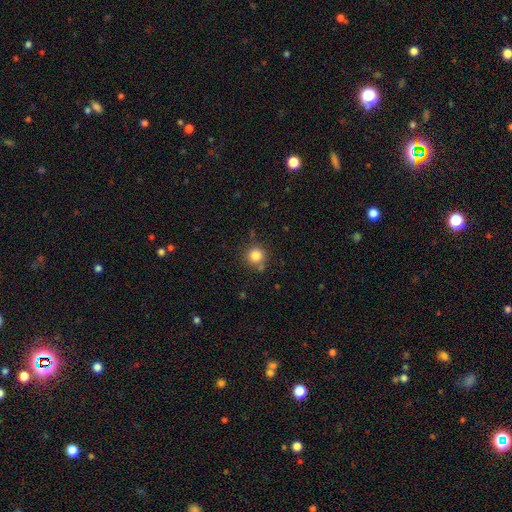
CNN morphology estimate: Smooth or featured? smooth (82%)
How rounded? round (93%)
Merging? none (80%)